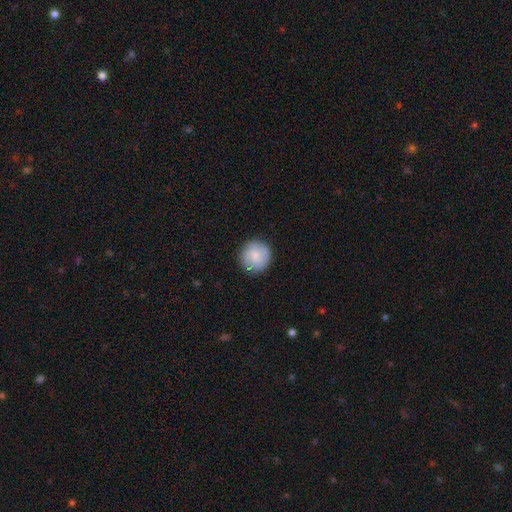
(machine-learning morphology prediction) A smooth galaxy with no disk features (79%) that is round (95%). Merging: none (88%).